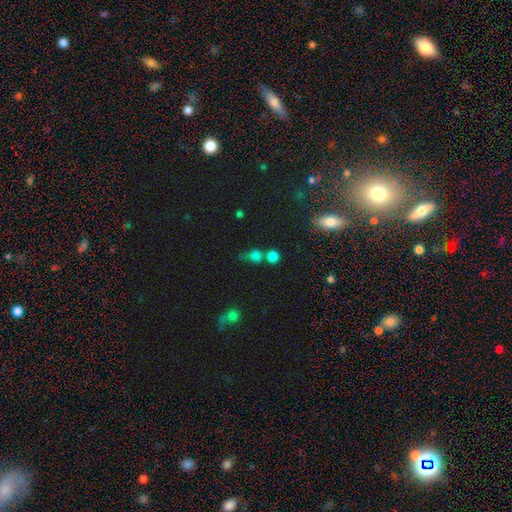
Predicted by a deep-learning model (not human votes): A smooth galaxy with no disk features (69%) that is round (77%).

Vote fractions:
- Smooth or featured? smooth: 69% / star or artifact: 22% / featured or disk: 9%
- How rounded? round: 77% / in between: 21% / cigar-shaped: 3%
- Merging? none: 45% / merger: 29% / minor disturbance: 15% / major disturbance: 11%